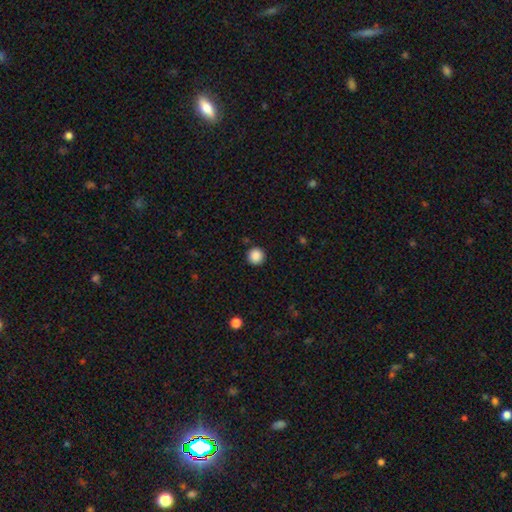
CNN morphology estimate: This is clearly a smooth galaxy (88%). How rounded: clearly round (96%). Merging: clearly none (92%).